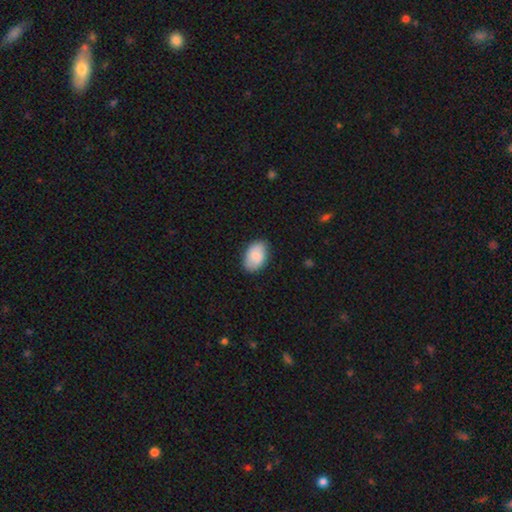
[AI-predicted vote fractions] smooth 83%, featured or disk 11%, star or artifact 6%. Down the decision tree: how rounded — in between (90%); merging — none (82%).